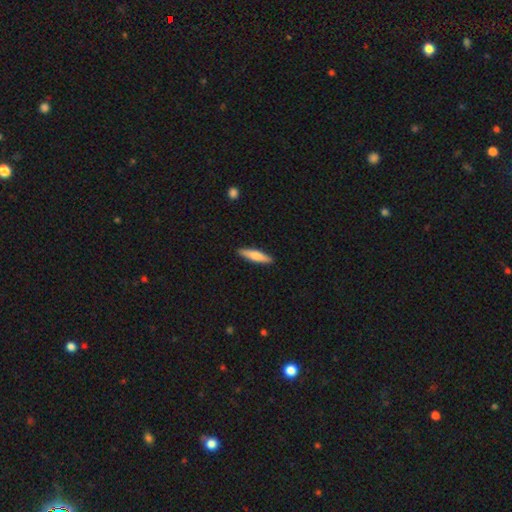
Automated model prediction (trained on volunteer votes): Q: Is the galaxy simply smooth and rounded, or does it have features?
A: smooth — 70%.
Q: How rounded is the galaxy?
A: cigar-shaped — 80%.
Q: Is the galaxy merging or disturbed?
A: none — 91%.